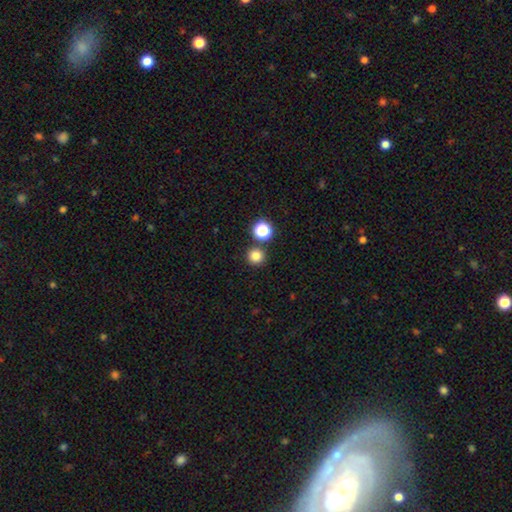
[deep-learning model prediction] smooth-or-featured: smooth: 80% | star or artifact: 15% | featured or disk: 5%
  how-rounded: round: 95% | in between: 4% | cigar-shaped: 1%
  merging: none: 85% | merger: 8% | minor disturbance: 5% | major disturbance: 2%